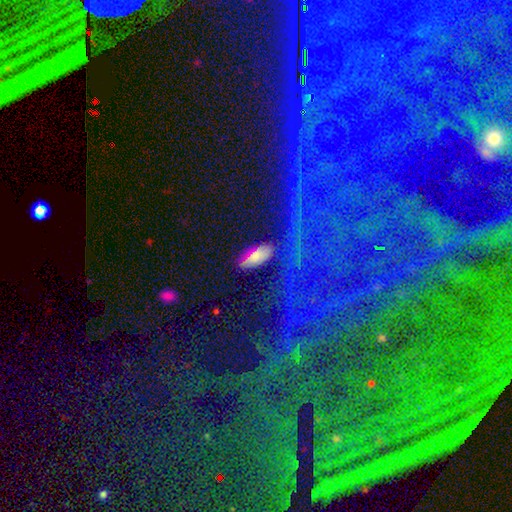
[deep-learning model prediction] smooth 70%, featured or disk 17%, star or artifact 13%. Down the decision tree: how rounded — in between (75%); merging — none (73%).